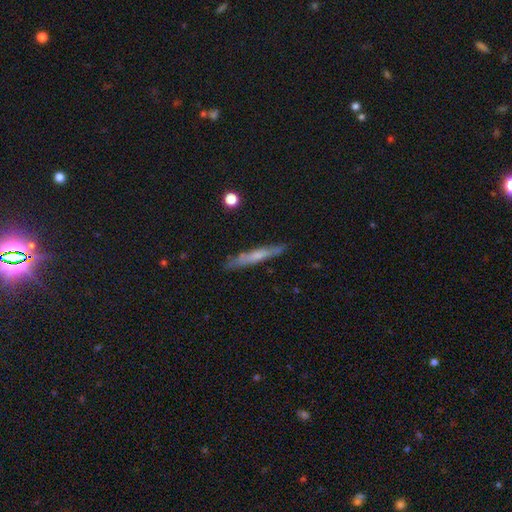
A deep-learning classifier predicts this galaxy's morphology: smooth-or-featured: smooth: 52% | featured or disk: 41% | star or artifact: 6%
  how-rounded: cigar-shaped: 93% | in between: 5% | round: 1%
  merging: none: 82% | minor disturbance: 13% | major disturbance: 3% | merger: 2%